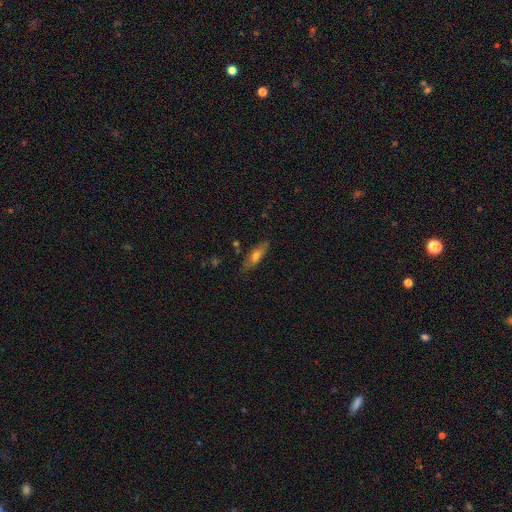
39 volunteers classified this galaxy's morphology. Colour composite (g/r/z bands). It shows a smooth galaxy with no disk features (56%) that is in between round and cigar-shaped (77%). Merging: none (83%).